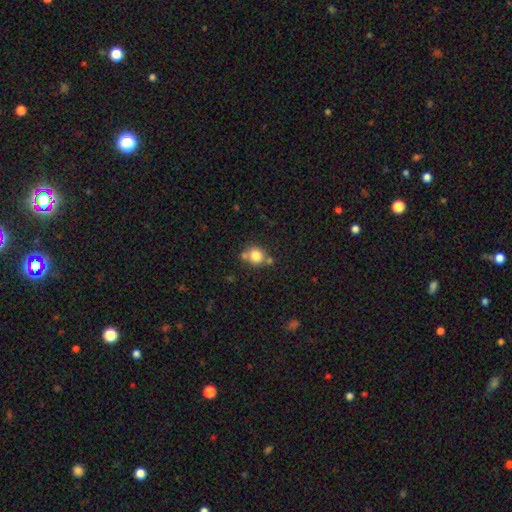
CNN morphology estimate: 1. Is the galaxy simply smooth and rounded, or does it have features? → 78% smooth, 11% star or artifact, 11% featured or disk.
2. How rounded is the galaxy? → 80% round, 19% in between, 1% cigar-shaped.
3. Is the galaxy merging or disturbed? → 61% none, 21% merger, 14% minor disturbance, 4% major disturbance.